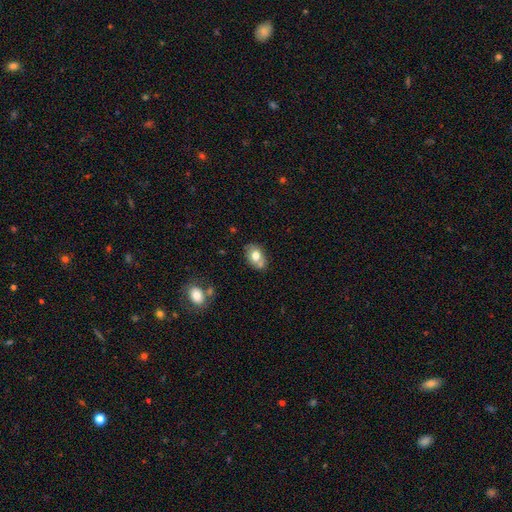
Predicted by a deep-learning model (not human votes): This appears to be a smooth galaxy with no disk features (71%) that is in between round and cigar-shaped (74%). Merging: none (58%).